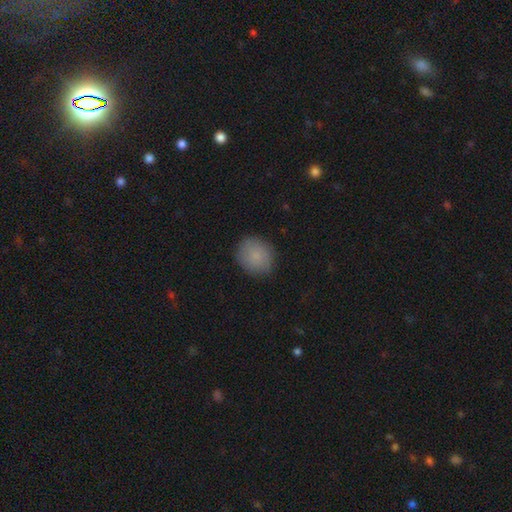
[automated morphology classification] A smooth galaxy with no disk features (85%) that is round (81%).

Vote fractions:
- Smooth or featured? smooth: 85% / star or artifact: 8% / featured or disk: 7%
- How rounded? round: 81% / in between: 18% / cigar-shaped: 1%
- Merging? none: 86% / minor disturbance: 11% / major disturbance: 3% / merger: 1%